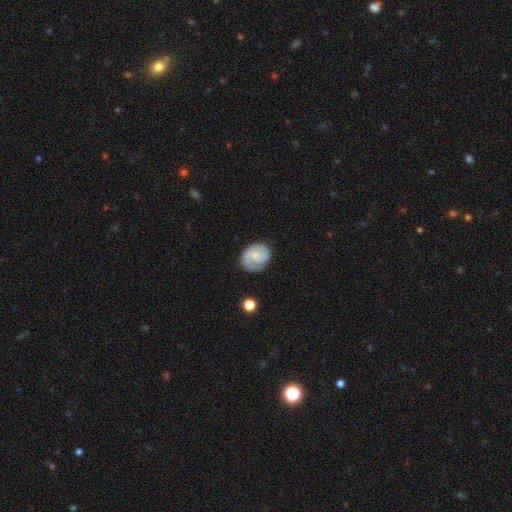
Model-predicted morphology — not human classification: Overall: smooth (48%; featured or disk 45%). Merging: none (60%; minor disturbance 27%).